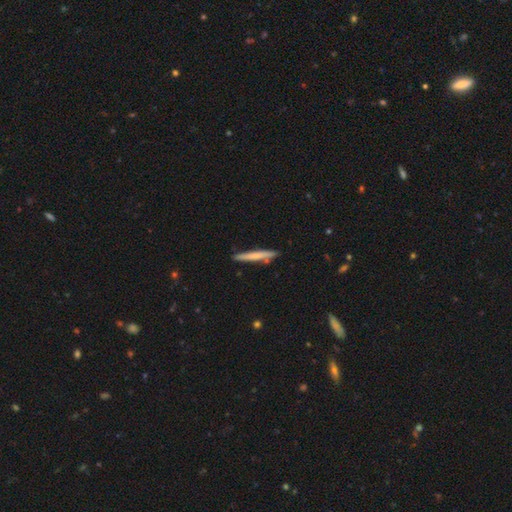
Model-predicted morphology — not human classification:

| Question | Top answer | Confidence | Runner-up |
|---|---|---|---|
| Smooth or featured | smooth | 61% | featured or disk (34%) |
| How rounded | cigar-shaped | 96% | in between (3%) |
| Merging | none | 85% | minor disturbance (11%) |